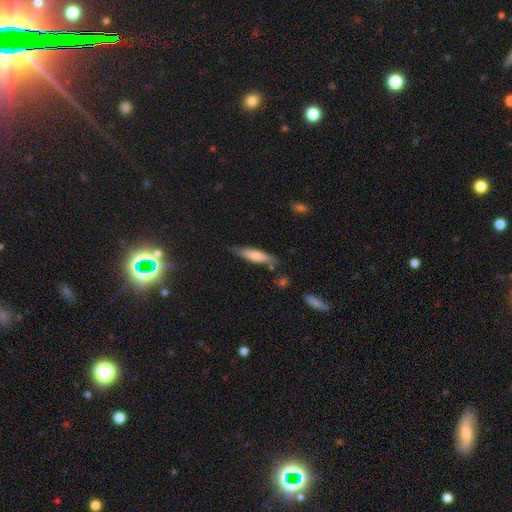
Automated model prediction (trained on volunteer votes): Morphology: type=smooth (68%); roundness=cigar-shaped (77%); merging=none (73%).